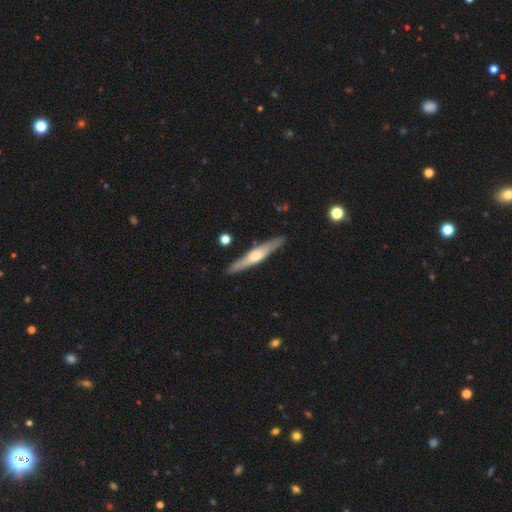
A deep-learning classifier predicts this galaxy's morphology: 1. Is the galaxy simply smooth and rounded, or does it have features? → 61% featured or disk, 34% smooth, 5% star or artifact.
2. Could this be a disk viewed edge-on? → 96% yes, 4% no.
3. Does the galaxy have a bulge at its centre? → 86% rounded, 8% boxy, 7% none.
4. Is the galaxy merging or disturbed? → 89% none, 8% minor disturbance, 2% merger, 2% major disturbance.